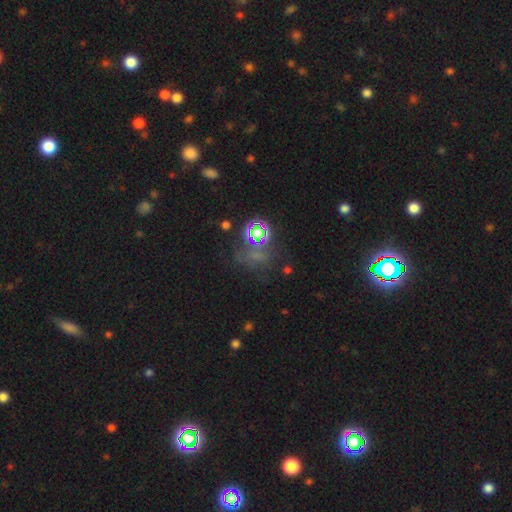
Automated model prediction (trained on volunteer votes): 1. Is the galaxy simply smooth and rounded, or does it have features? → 64% star or artifact, 26% smooth, 10% featured or disk.